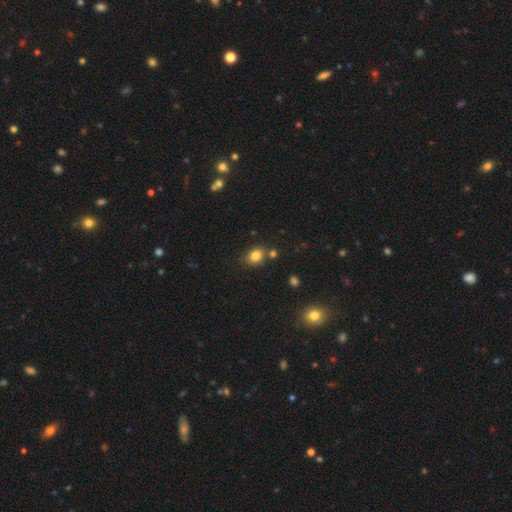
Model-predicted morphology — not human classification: smooth_or_featured: smooth (p=0.81) [alt: star or artifact p=0.12]
how_rounded: round (p=0.63) [alt: in between p=0.36]
merging: none (p=0.68) [alt: minor disturbance p=0.16]